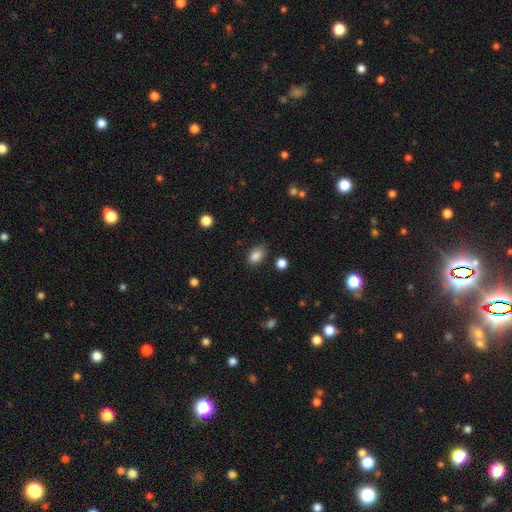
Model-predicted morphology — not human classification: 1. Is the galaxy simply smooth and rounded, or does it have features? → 86% smooth, 9% star or artifact, 5% featured or disk.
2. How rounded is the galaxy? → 85% in between, 14% round, 2% cigar-shaped.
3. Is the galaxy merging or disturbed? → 80% none, 14% minor disturbance, 3% major disturbance, 2% merger.